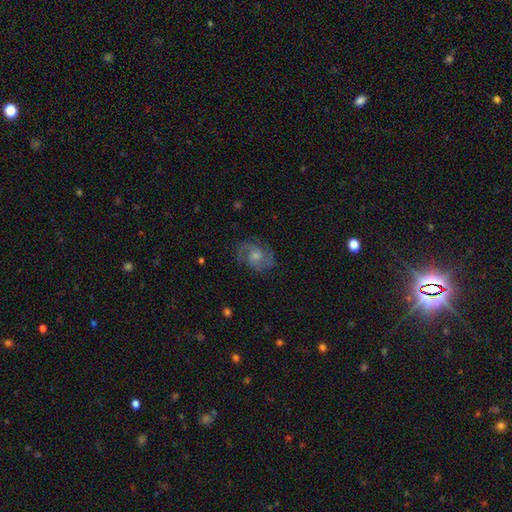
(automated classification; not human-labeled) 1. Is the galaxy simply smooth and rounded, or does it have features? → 76% featured or disk, 13% smooth, 11% star or artifact.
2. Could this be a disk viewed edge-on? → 97% no, 3% yes.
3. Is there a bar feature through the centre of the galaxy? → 67% no, 28% weak, 5% strong.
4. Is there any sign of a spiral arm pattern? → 95% yes, 5% no.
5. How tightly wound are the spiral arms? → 47% medium, 41% tight, 12% loose.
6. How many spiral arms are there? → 62% 2, 15% 3, 14% can't tell, 3% 1, 3% 4, 3% more than 4.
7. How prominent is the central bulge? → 54% moderate, 36% small, 6% large, 4% none, 1% dominant.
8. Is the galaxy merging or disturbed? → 79% none, 14% minor disturbance, 6% major disturbance, 1% merger.